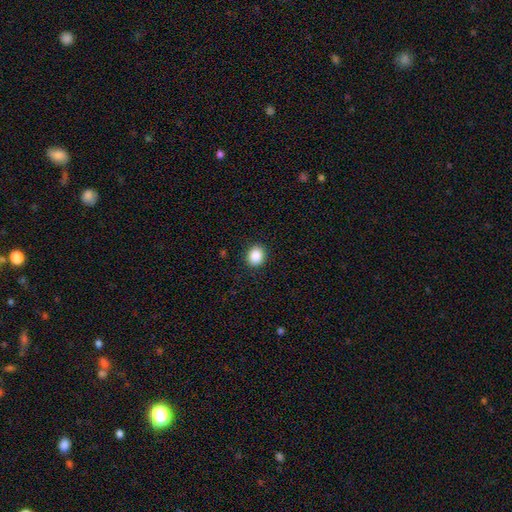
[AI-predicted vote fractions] Smooth or featured?
  - smooth: 88% *
  - star or artifact: 9%
  - featured or disk: 3%
How rounded?
  - round: 67% *
  - in between: 32%
  - cigar-shaped: 1%
Merging?
  - none: 91% *
  - minor disturbance: 6%
  - major disturbance: 2%
  - merger: 1%